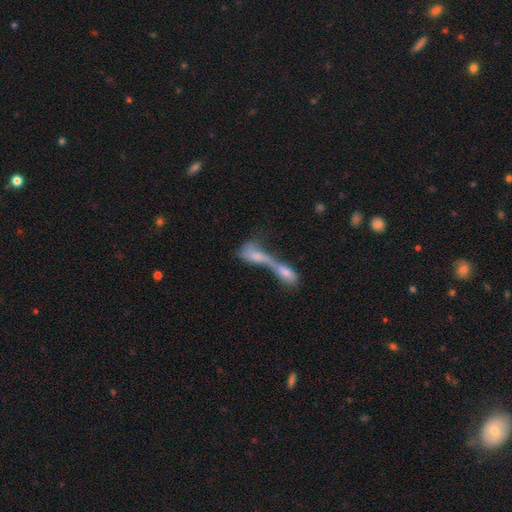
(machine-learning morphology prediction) smooth-or-featured: smooth: 61% | featured or disk: 30% | star or artifact: 9%
  how-rounded: in between: 61% | cigar-shaped: 31% | round: 9%
  merging: merger: 77% | major disturbance: 10% | none: 8% | minor disturbance: 5%